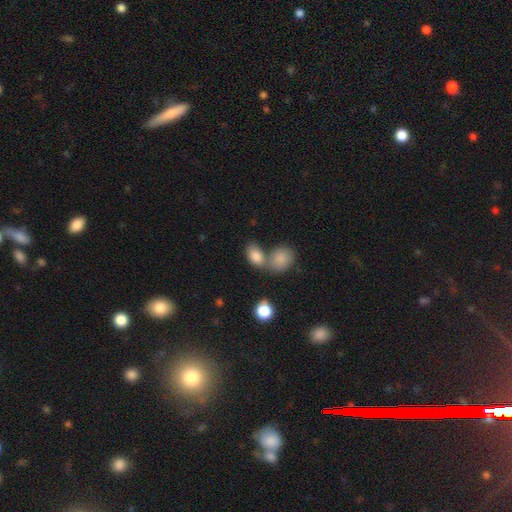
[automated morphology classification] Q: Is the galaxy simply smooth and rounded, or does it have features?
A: smooth — 83%.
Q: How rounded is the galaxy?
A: in between — 84%.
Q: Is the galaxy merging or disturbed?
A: merger — 51%.